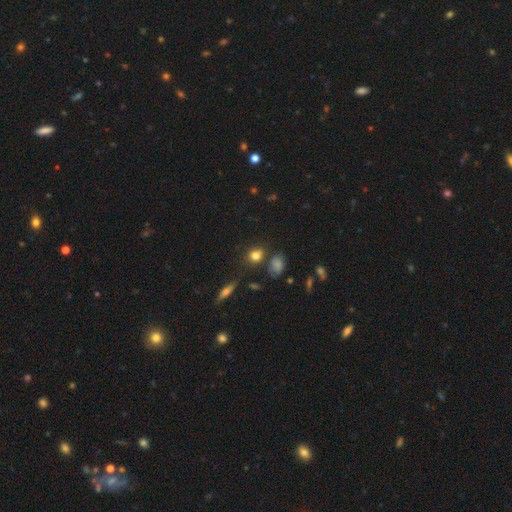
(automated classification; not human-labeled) smooth_or_featured: smooth (p=0.79) [alt: star or artifact p=0.13]
how_rounded: round (p=0.64) [alt: in between p=0.34]
merging: none (p=0.71) [alt: minor disturbance p=0.15]